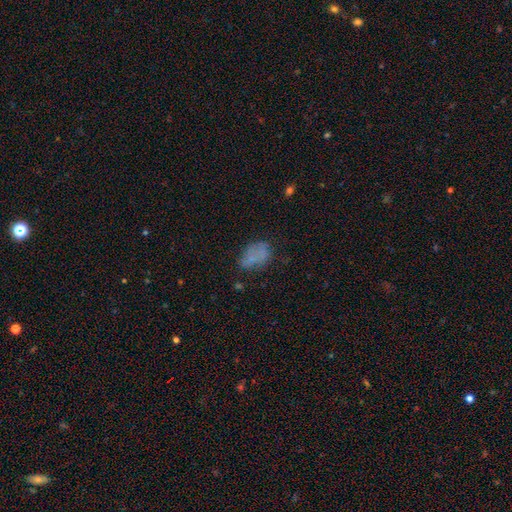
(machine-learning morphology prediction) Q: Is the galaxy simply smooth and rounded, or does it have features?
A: smooth — 61%.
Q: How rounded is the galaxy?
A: in between — 84%.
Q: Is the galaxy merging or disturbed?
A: none — 54%.